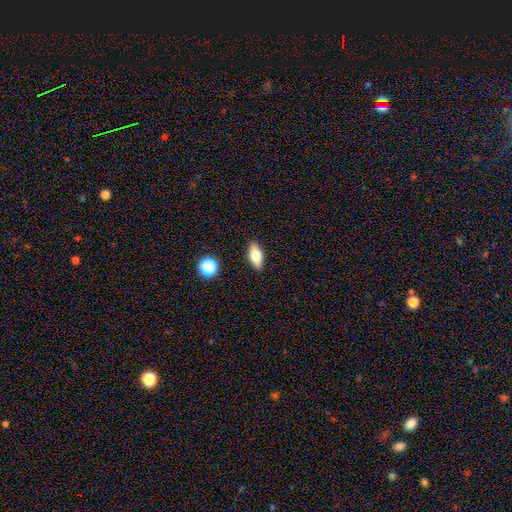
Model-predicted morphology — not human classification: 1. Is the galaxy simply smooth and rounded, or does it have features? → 73% smooth, 18% featured or disk, 8% star or artifact.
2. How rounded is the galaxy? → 83% in between, 12% cigar-shaped, 5% round.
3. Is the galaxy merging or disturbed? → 88% none, 8% minor disturbance, 2% major disturbance, 2% merger.